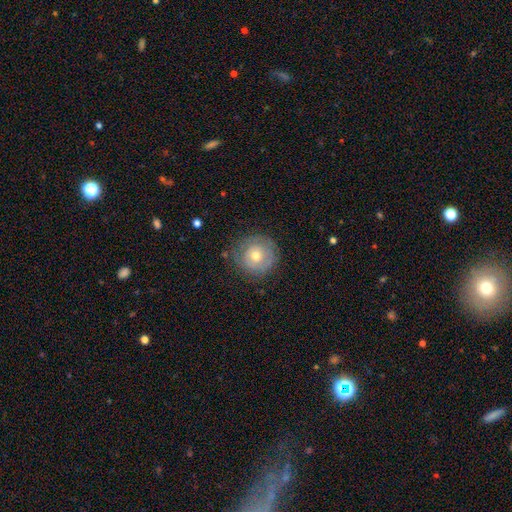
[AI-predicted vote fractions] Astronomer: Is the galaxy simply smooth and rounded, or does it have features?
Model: smooth — 53% (runner-up: featured or disk, 39%).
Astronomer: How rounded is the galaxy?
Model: round — 94%.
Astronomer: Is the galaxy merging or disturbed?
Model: none — 76%.